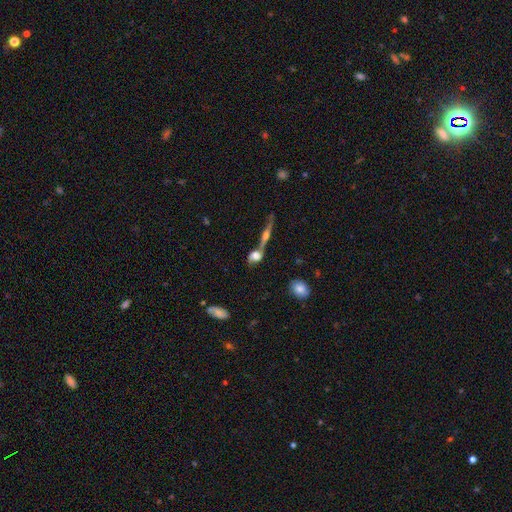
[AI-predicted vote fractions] Smooth or featured?
  - featured or disk: 47% *
  - smooth: 41%
  - star or artifact: 12%
Merging?
  - merger: 43% *
  - none: 37%
  - minor disturbance: 13%
  - major disturbance: 8%